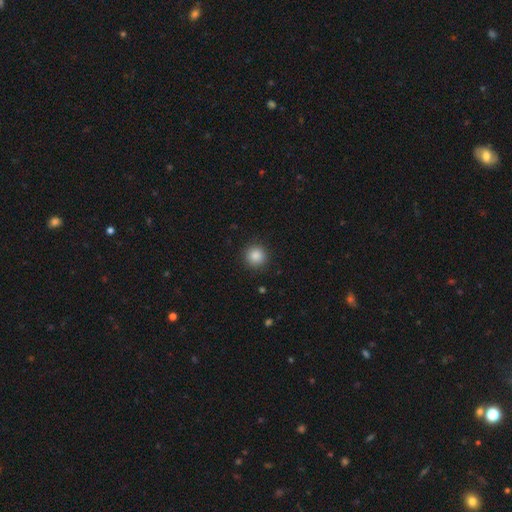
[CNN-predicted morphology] Overall: smooth (87%). How rounded: round (94%). Merging: none (91%).